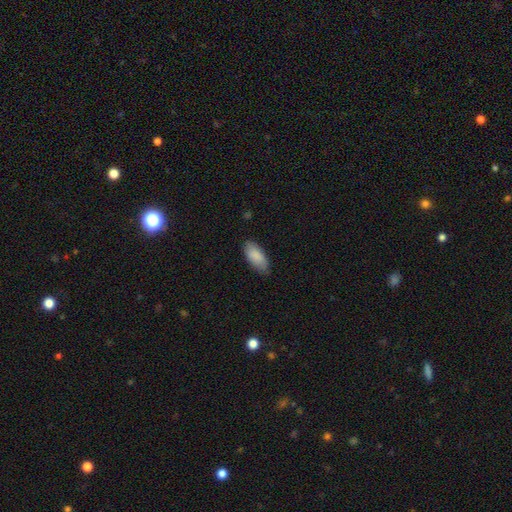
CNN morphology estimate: Smooth or featured?
  - smooth: 89% *
  - featured or disk: 6%
  - star or artifact: 6%
How rounded?
  - in between: 89% *
  - cigar-shaped: 9%
  - round: 2%
Merging?
  - none: 78% *
  - minor disturbance: 19%
  - major disturbance: 3%
  - merger: 1%